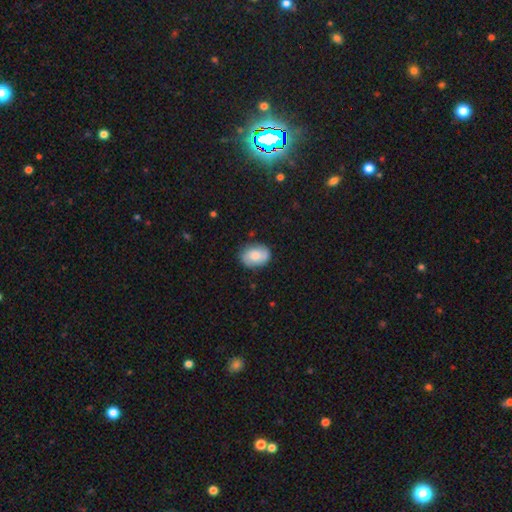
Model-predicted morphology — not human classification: Smooth or featured? smooth (71%)
How rounded? in between (74%)
Merging? none (79%)